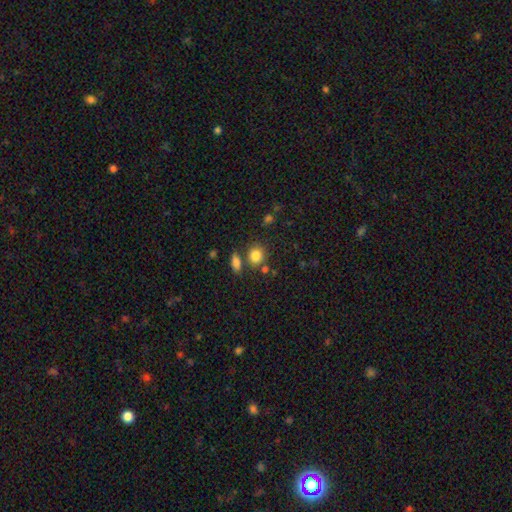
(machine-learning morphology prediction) Overall: smooth (83%). How rounded: round (76%). Merging: none (68%).